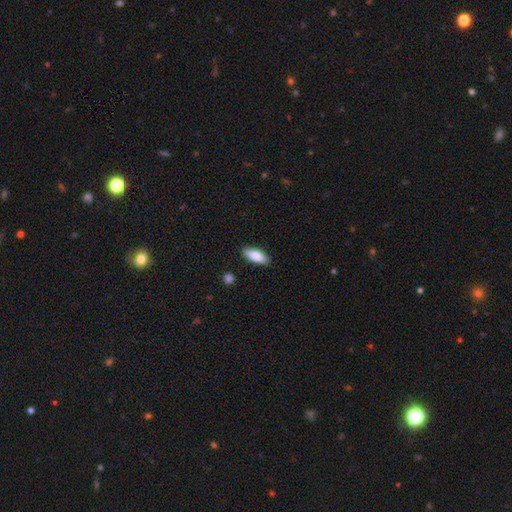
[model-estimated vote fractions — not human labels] Smooth or featured? Predicted: smooth (p=0.73). How rounded? Predicted: in between (p=0.77). Merging? Predicted: none (p=0.88).